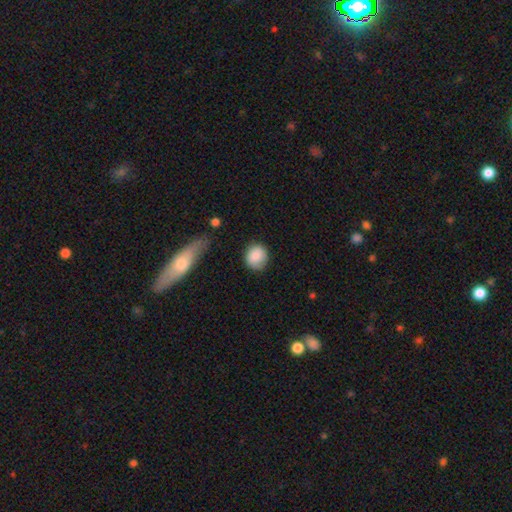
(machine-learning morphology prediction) Smooth or featured? Predicted: smooth (p=0.86). How rounded? Predicted: round (p=0.81). Merging? Predicted: none (p=0.76).